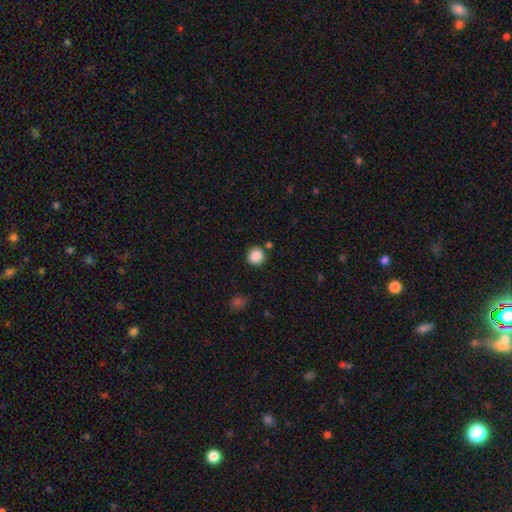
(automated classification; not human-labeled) Smooth or featured? smooth (87%)
How rounded? round (92%)
Merging? none (85%)